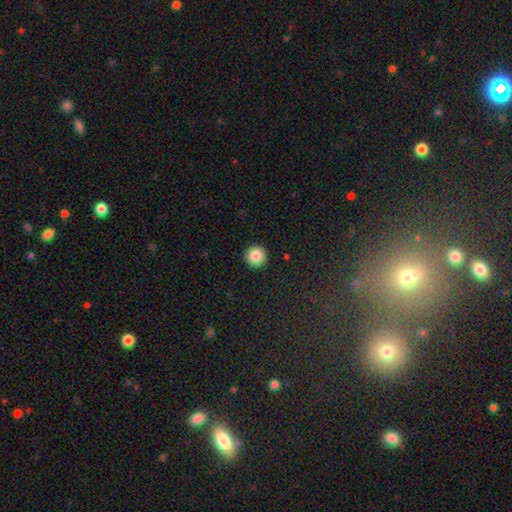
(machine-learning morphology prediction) A smooth galaxy with no disk features (86%) that is round (97%). Merging: none (94%).